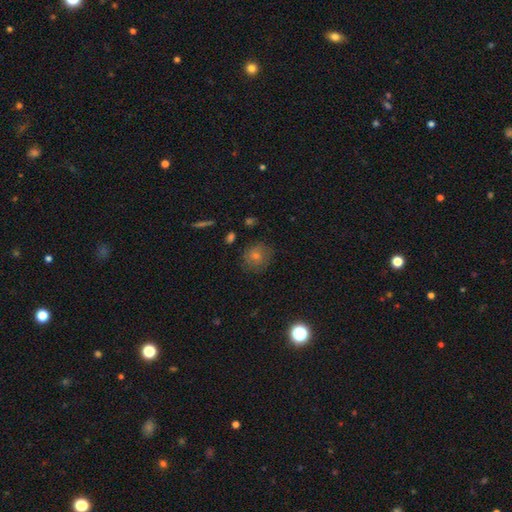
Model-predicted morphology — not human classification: This is possibly a smooth galaxy (58%). How rounded: clearly round (85%). Merging: clearly none (80%).